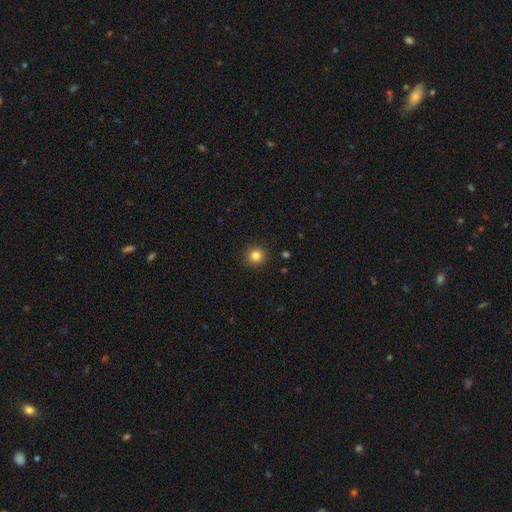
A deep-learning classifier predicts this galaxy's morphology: A smooth galaxy with no disk features (83%) that is round (92%). Merging: none (91%).